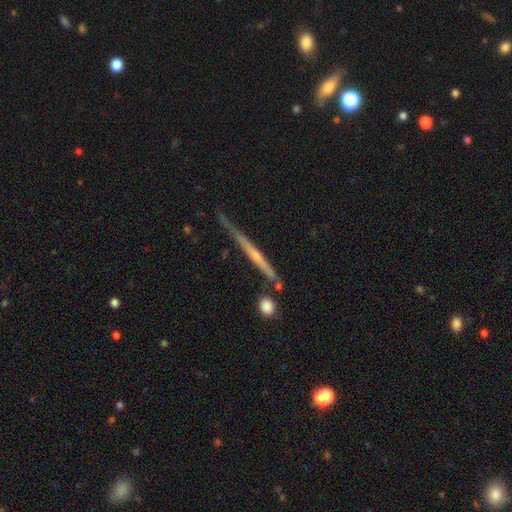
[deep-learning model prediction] Overall: featured or disk (76%). Edge-on disk: yes (98%). Edge-on bulge: rounded (54%; none 36%). Merging: none (82%).